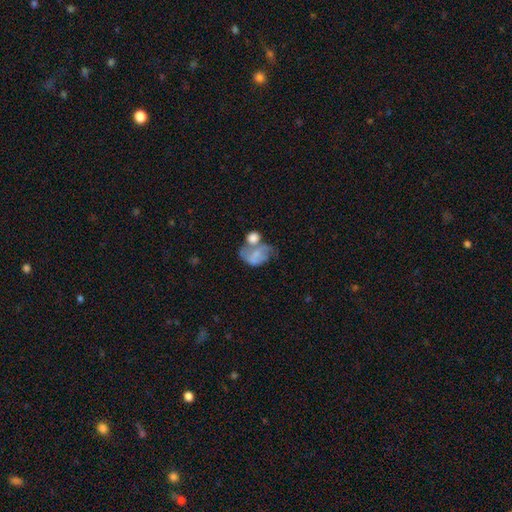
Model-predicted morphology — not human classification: Q: Smooth or featured?
A: smooth (52%); runner-up: featured or disk (38%)
Q: How rounded?
A: in between (73%); runner-up: round (26%)
Q: Merging?
A: merger (41%); runner-up: major disturbance (23%)